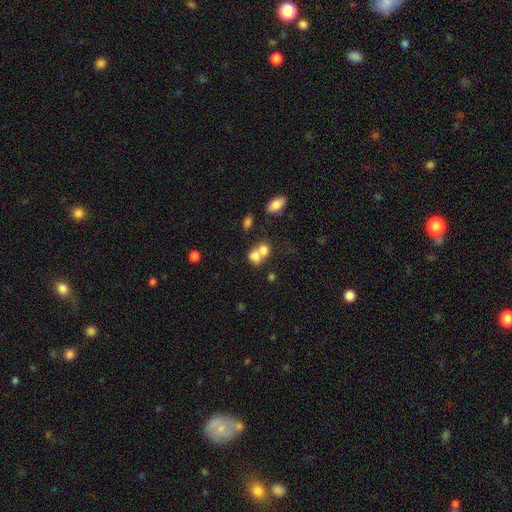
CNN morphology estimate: This is likely a smooth galaxy (73%). How rounded: possibly in between (52%). Merging: likely merger (64%).